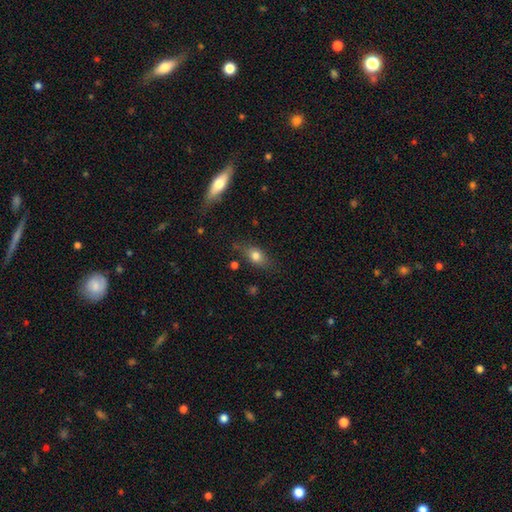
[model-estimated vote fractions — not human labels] Smooth or featured? smooth (75%)
How rounded? in between (74%)
Merging? none (71%)